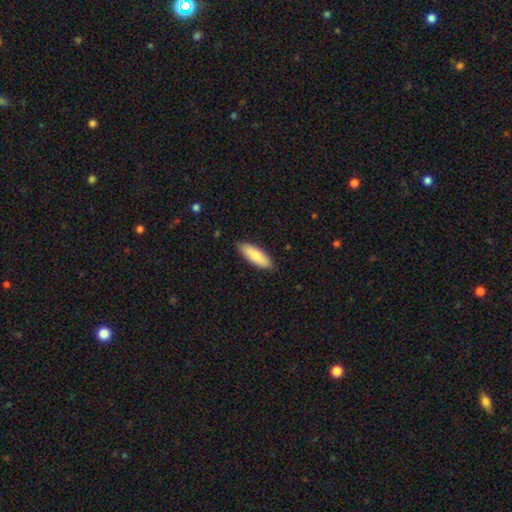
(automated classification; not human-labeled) The model was most divided on "how rounded": in between: 60%, cigar-shaped: 39%, round: 2%. More confident: merging — none (87%); smooth or featured — smooth (81%).